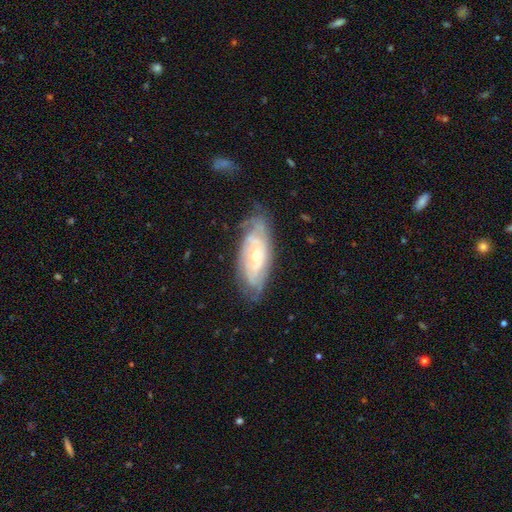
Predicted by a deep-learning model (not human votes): Smooth or featured: featured or disk — 76% (smooth — 18%)
Edge-on disk: no — 89% (yes — 11%)
Bar: no — 69% (weak — 25%)
Spiral arms: yes — 87% (no — 13%)
Spiral winding: tight — 64% (medium — 28%)
Spiral arm count: can't tell — 51% (2 — 22%)
Bulge size: small — 60% (moderate — 36%)
Merging: none — 66% (minor disturbance — 24%)